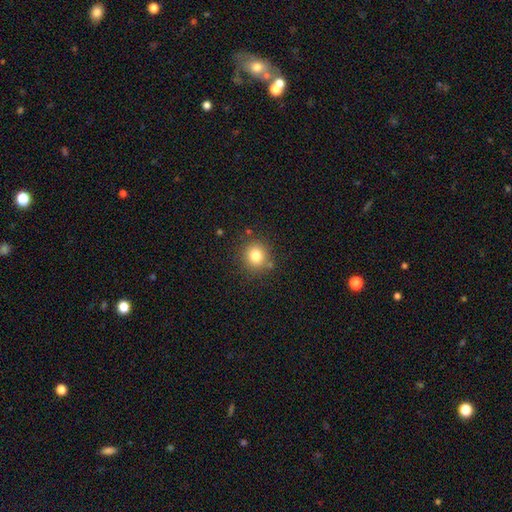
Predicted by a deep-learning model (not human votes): Q: Smooth or featured?
A: smooth (80%); runner-up: star or artifact (13%)
Q: How rounded?
A: round (88%); runner-up: in between (11%)
Q: Merging?
A: none (83%); runner-up: minor disturbance (10%)